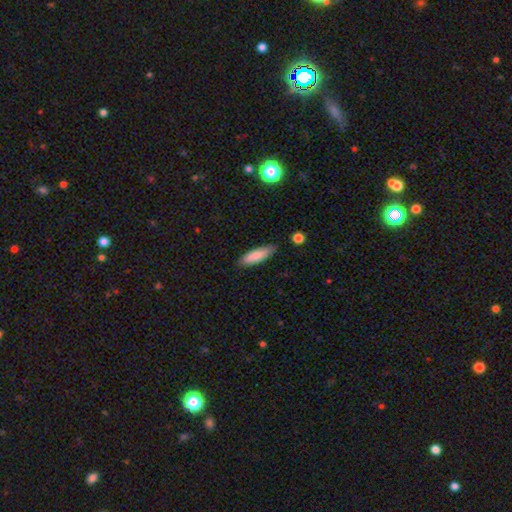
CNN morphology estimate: Q: Smooth or featured?
A: smooth (83%); runner-up: featured or disk (10%)
Q: How rounded?
A: cigar-shaped (51%); runner-up: in between (48%)
Q: Merging?
A: none (84%); runner-up: minor disturbance (12%)